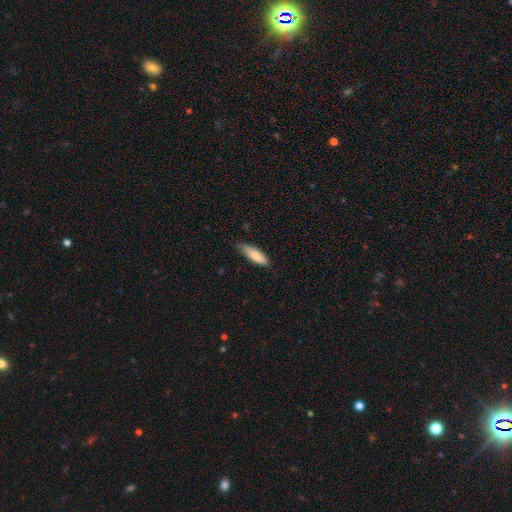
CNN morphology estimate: Smooth or featured? smooth (84%)
How rounded? cigar-shaped (49%, tied with in between)
Merging? none (73%)